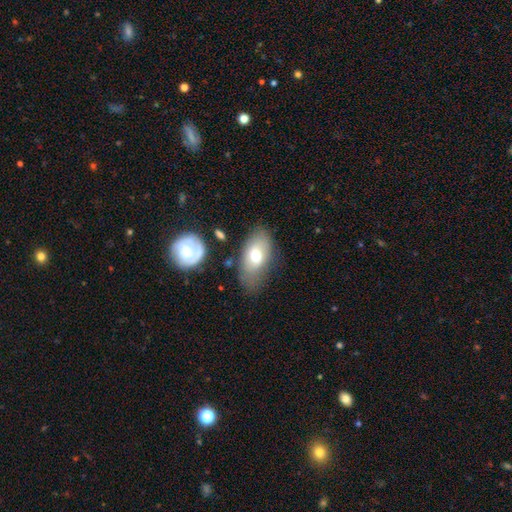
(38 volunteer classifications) A smooth galaxy with no disk features (68%) that is in between round and cigar-shaped (81%). Merging: none (60%).